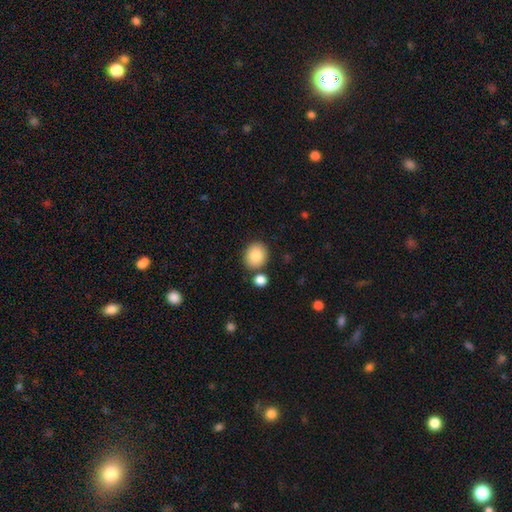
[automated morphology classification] Smooth or featured? Predicted: smooth (p=0.87). How rounded? Predicted: round (p=0.73). Merging? Predicted: none (p=0.78).